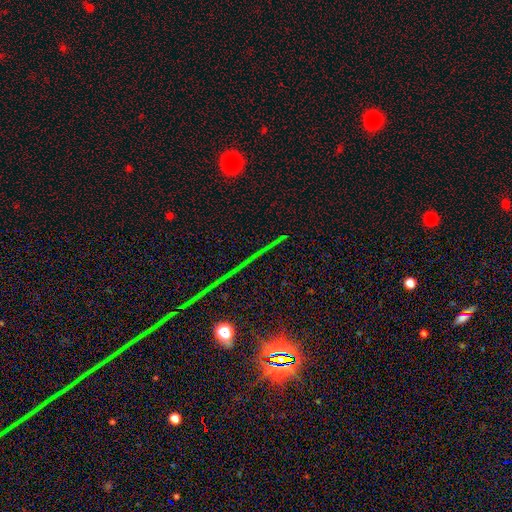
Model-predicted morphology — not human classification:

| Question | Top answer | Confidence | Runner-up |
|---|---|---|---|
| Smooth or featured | star or artifact | 79% | smooth (10%) |